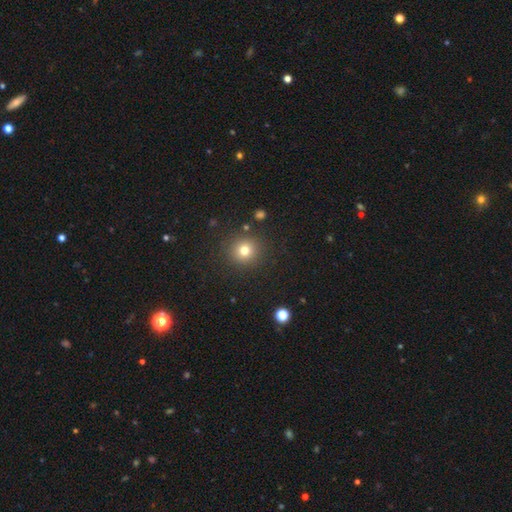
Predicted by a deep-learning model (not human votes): Smooth or featured? Predicted: smooth (p=0.60). How rounded? Predicted: round (p=0.93). Merging? Predicted: none (p=0.90).